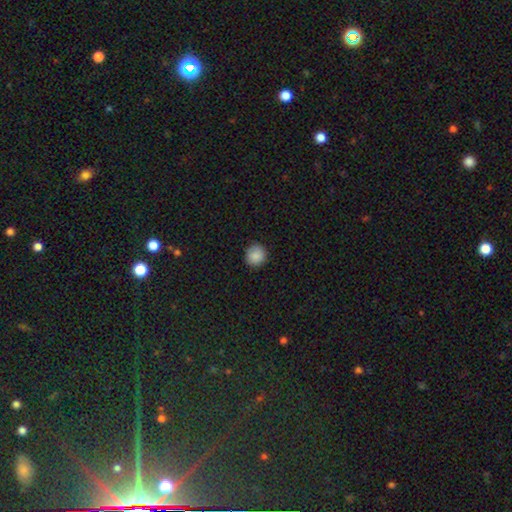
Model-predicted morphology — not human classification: type=smooth (87%); roundness=round (91%); merging=none (89%).